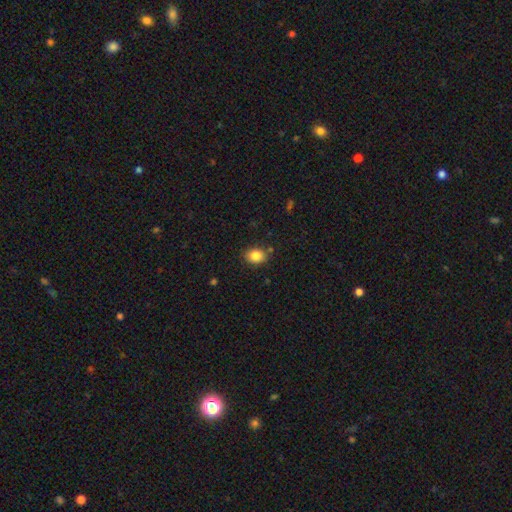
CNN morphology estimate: A smooth galaxy with no disk features (85%) that is in between round and cigar-shaped (59%). Merging: none (84%).